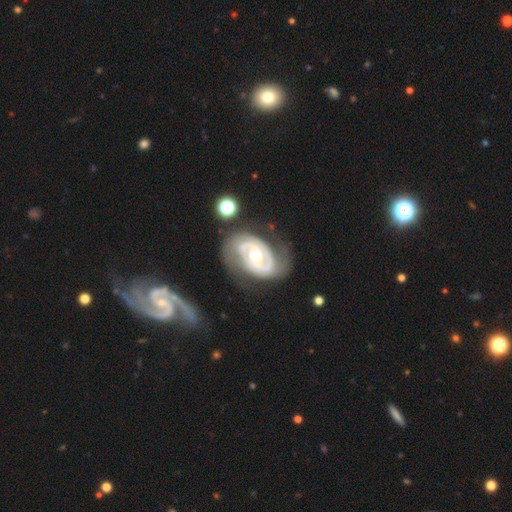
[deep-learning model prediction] The model was most divided on "bar": no: 55%, weak: 32%, strong: 13%. More confident: edge-on disk — no (97%); spiral arms — yes (87%); smooth or featured — featured or disk (85%); bulge size — moderate (69%); spiral arm count — 2 (68%); merging — none (61%); spiral winding — tight (56%).